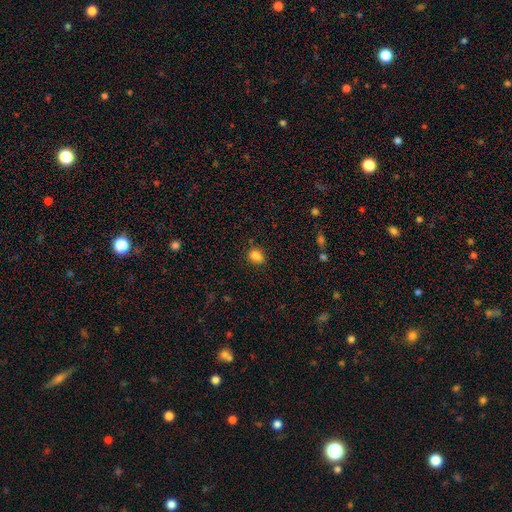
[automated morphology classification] This appears to be a smooth galaxy with no disk features (85%) that is in between round and cigar-shaped (53%). Merging: none (81%).